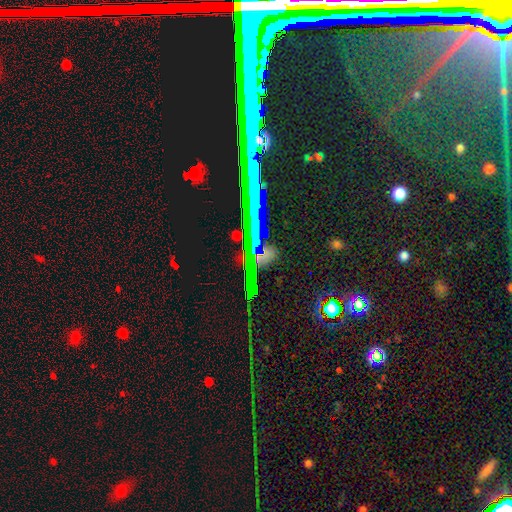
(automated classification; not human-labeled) Smooth or featured? star or artifact (71%)